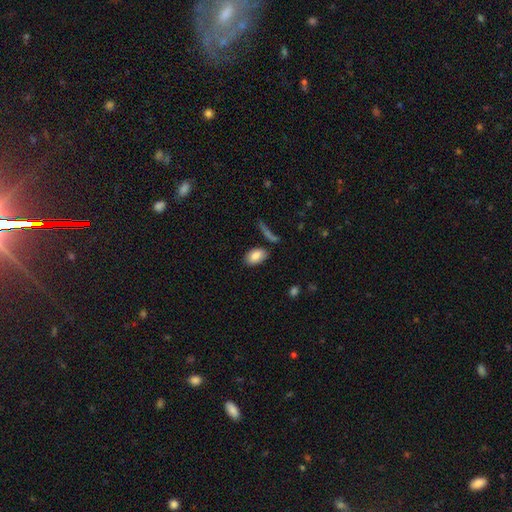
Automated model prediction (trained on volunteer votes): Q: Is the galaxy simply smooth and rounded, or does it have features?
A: smooth — 85%.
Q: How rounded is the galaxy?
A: in between — 92%.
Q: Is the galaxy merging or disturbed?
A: none — 77%.